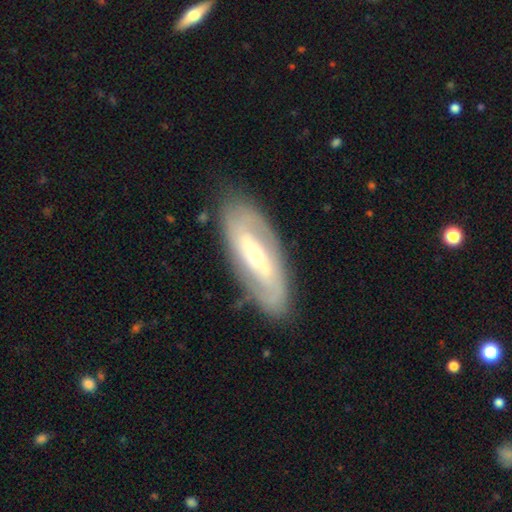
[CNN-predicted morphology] smooth_or_featured: featured or disk (p=0.74) [alt: smooth p=0.20]
disk_edge_on: no (p=0.86) [alt: yes p=0.14]
bar: no (p=0.39) [alt: weak p=0.33]
has_spiral_arms: yes (p=0.71) [alt: no p=0.29]
bulge_size: small (p=0.49) [alt: moderate p=0.46]
merging: none (p=0.81) [alt: minor disturbance p=0.13]